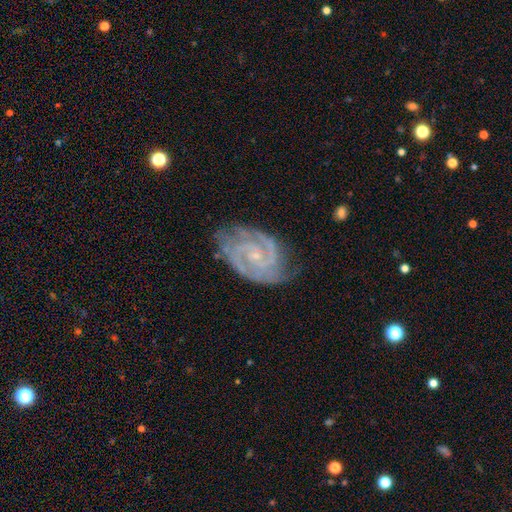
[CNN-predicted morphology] featured or disk 90%, star or artifact 5%, smooth 4%. Down the decision tree: edge-on disk — no (98%); bar — no (57%); spiral arms — yes (98%); spiral arm count — 2 (68%); spiral winding — tight (64%); bulge size — small (74%); merging — none (73%).